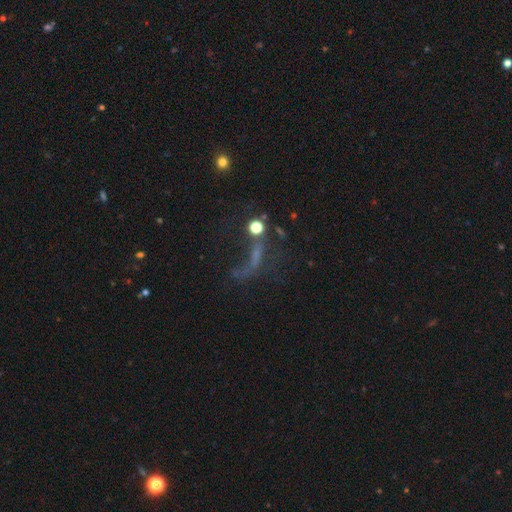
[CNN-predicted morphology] Q: Smooth or featured?
A: featured or disk (42%); runner-up: star or artifact (32%)
Q: Merging?
A: major disturbance (40%); runner-up: none (34%)